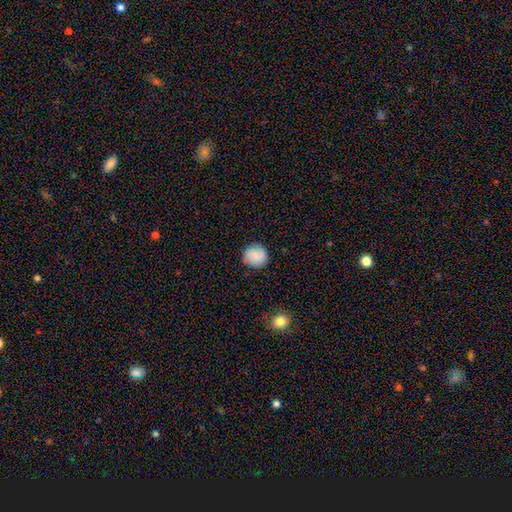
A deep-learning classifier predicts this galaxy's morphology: The model was most divided on "merging": none: 86%, minor disturbance: 10%, major disturbance: 3%, merger: 1%. More confident: how rounded — round (90%); smooth or featured — smooth (85%).